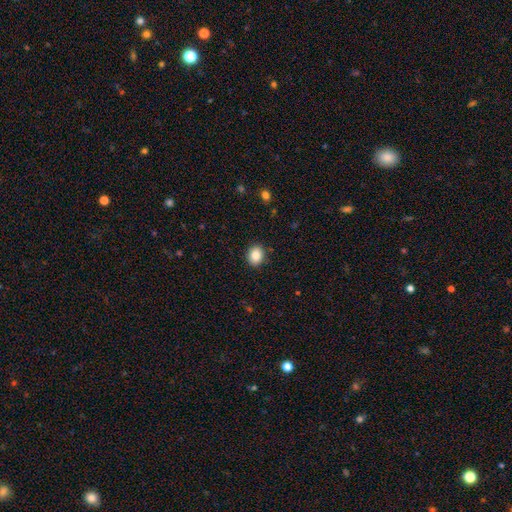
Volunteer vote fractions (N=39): This appears to be a smooth galaxy with no disk features (87%) that is round (74%). Merging: none (100%).